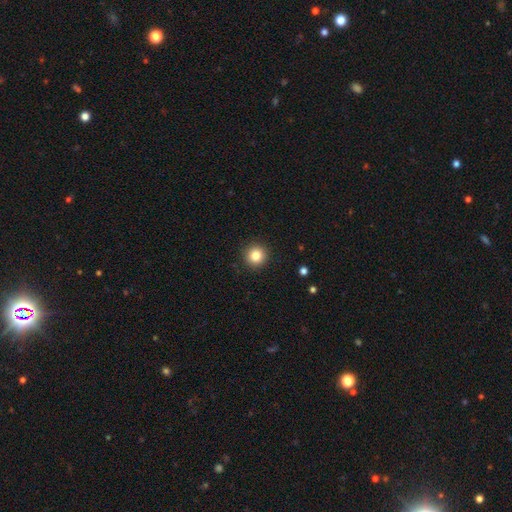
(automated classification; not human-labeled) smooth_or_featured: smooth (p=0.83) [alt: star or artifact p=0.11]
how_rounded: round (p=0.95) [alt: in between p=0.04]
merging: none (p=0.92) [alt: minor disturbance p=0.05]